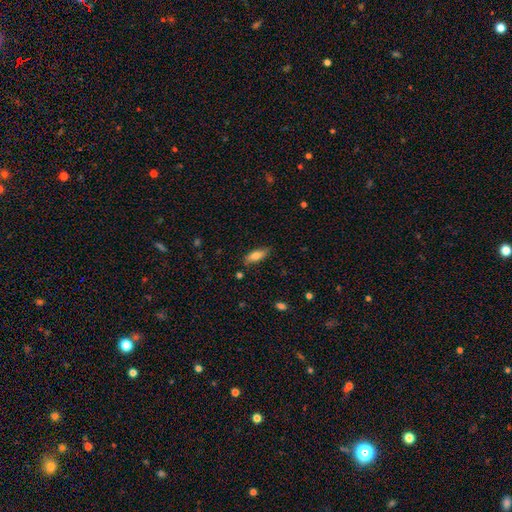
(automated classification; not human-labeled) smooth-or-featured: smooth: 74% | featured or disk: 19% | star or artifact: 7%
  how-rounded: in between: 67% | cigar-shaped: 31% | round: 2%
  merging: none: 81% | minor disturbance: 15% | major disturbance: 3% | merger: 2%